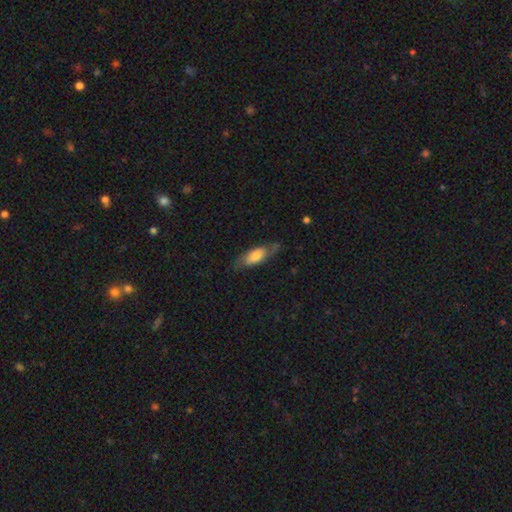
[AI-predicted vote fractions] Smooth or featured? Predicted: smooth (p=0.48). Merging? Predicted: none (p=0.70).